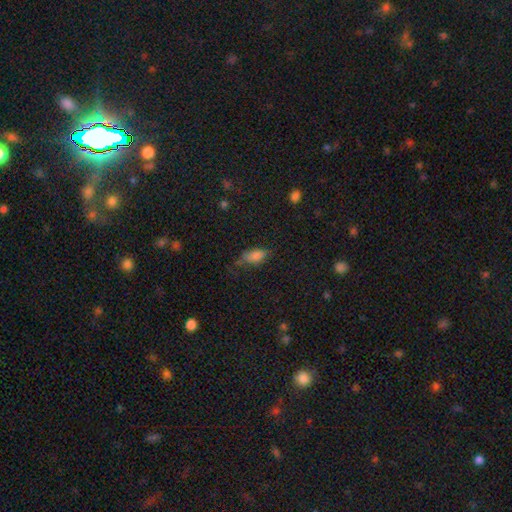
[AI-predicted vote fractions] Q: Smooth or featured?
A: smooth (79%); runner-up: star or artifact (12%)
Q: How rounded?
A: in between (84%); runner-up: cigar-shaped (12%)
Q: Merging?
A: none (48%); runner-up: minor disturbance (34%)